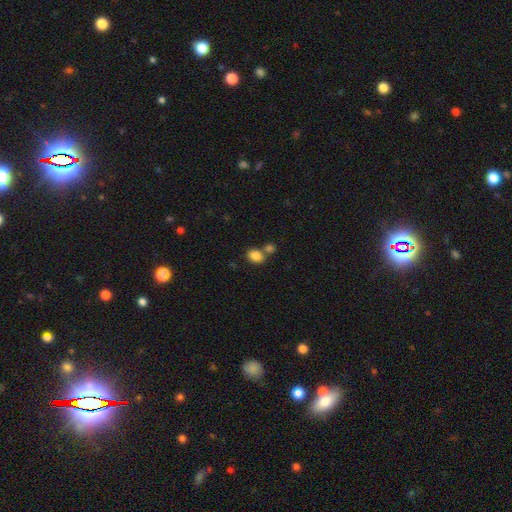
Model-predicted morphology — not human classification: This is clearly a smooth galaxy (85%). How rounded: likely in between (63%). Merging: possibly none (56%).